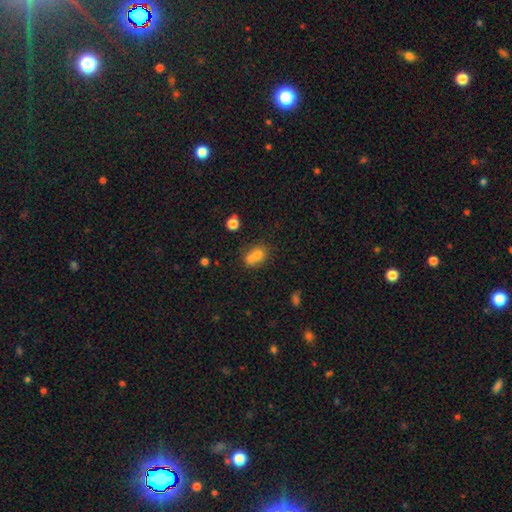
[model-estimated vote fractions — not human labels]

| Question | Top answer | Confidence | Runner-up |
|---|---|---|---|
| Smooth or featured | smooth | 72% | featured or disk (15%) |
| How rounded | round | 63% | in between (36%) |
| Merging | merger | 58% | none (31%) |